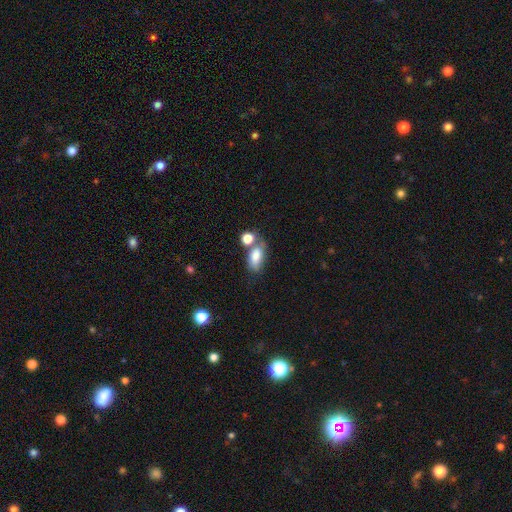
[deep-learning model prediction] Q: Smooth or featured?
A: smooth (79%); runner-up: featured or disk (11%)
Q: How rounded?
A: in between (86%); runner-up: round (9%)
Q: Merging?
A: none (44%); runner-up: merger (29%)